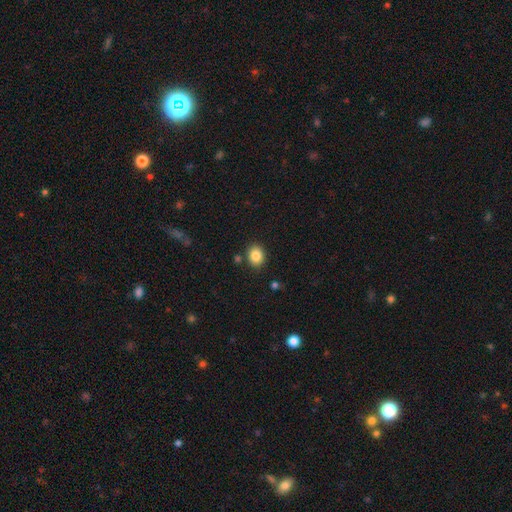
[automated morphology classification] type=smooth (85%); roundness=in between (50%); merging=none (85%).